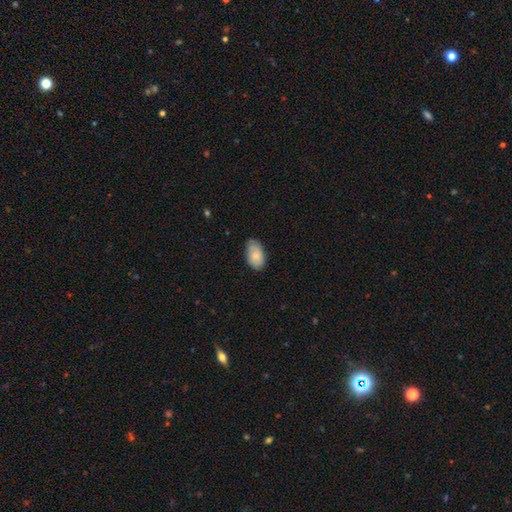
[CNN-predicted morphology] Smooth or featured? Predicted: smooth (p=0.80). How rounded? Predicted: in between (p=0.94). Merging? Predicted: none (p=0.73).